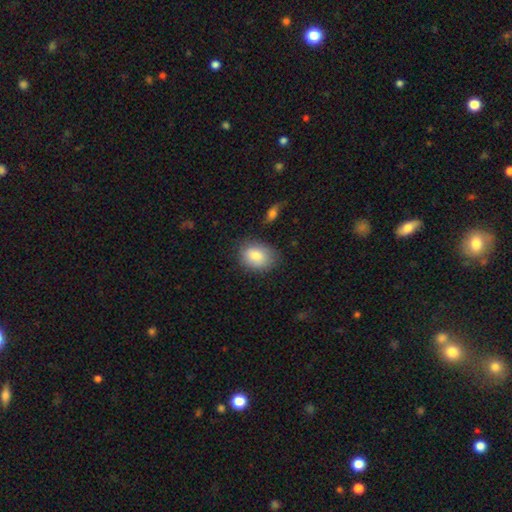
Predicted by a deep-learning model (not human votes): Q: Smooth or featured?
A: smooth (82%); runner-up: featured or disk (10%)
Q: How rounded?
A: in between (69%); runner-up: round (30%)
Q: Merging?
A: none (77%); runner-up: minor disturbance (17%)